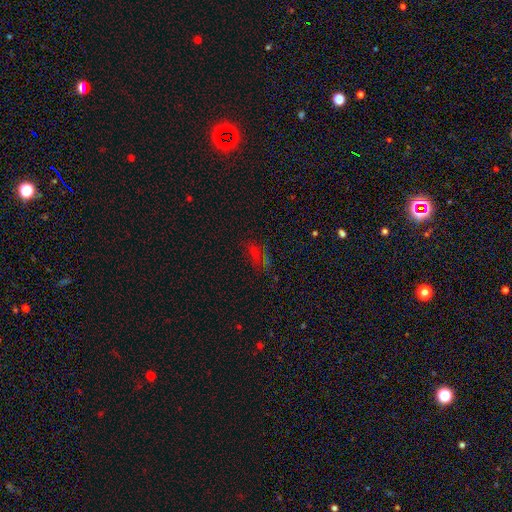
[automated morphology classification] type=star or artifact (43%).